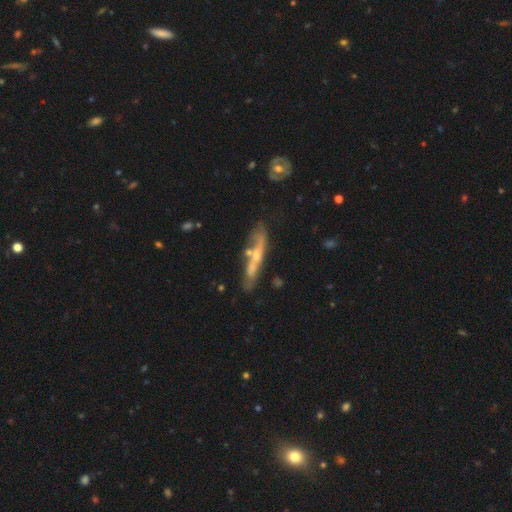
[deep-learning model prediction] This is likely a featured or disk galaxy (64%). It is likely viewed edge-on (68%). Merging: possibly none (52%).